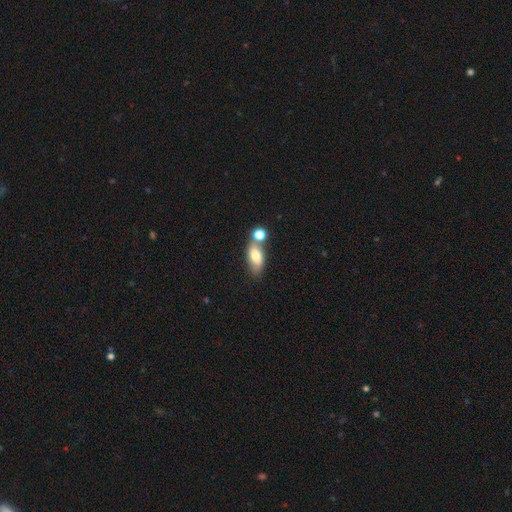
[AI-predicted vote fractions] Smooth or featured? Predicted: smooth (p=0.74). How rounded? Predicted: in between (p=0.81). Merging? Predicted: none (p=0.48).